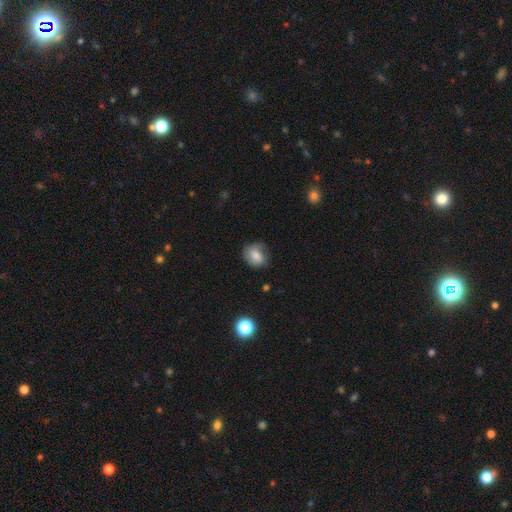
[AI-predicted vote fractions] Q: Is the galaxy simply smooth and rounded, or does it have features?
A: smooth — 65%.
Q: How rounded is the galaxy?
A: round — 54%.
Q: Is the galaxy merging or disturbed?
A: none — 58%.